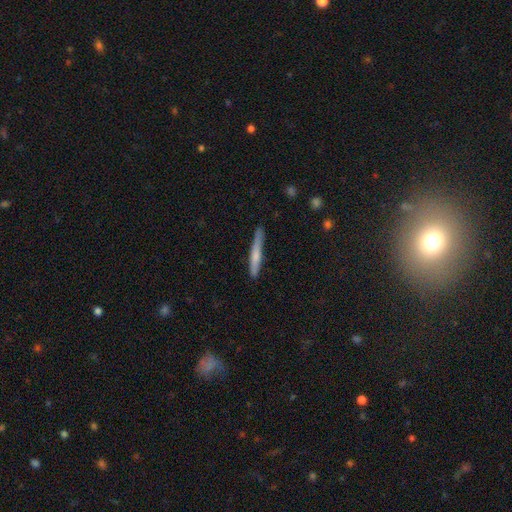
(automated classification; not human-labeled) smooth_or_featured: smooth (p=0.60) [alt: featured or disk p=0.34]
how_rounded: cigar-shaped (p=0.96) [alt: in between p=0.03]
merging: none (p=0.83) [alt: minor disturbance p=0.13]